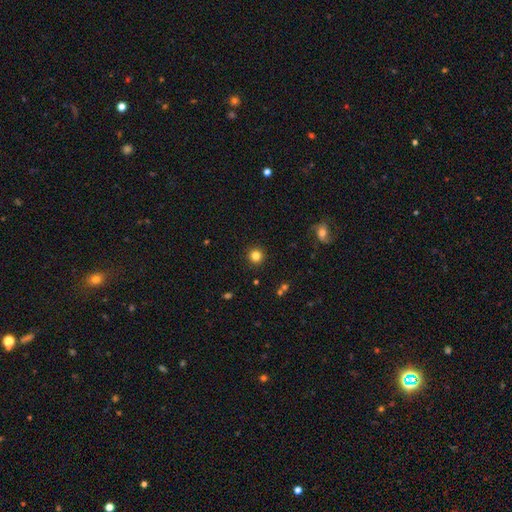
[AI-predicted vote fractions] smooth_or_featured: smooth (p=0.82) [alt: star or artifact p=0.13]
how_rounded: round (p=0.95) [alt: in between p=0.04]
merging: none (p=0.92) [alt: minor disturbance p=0.05]